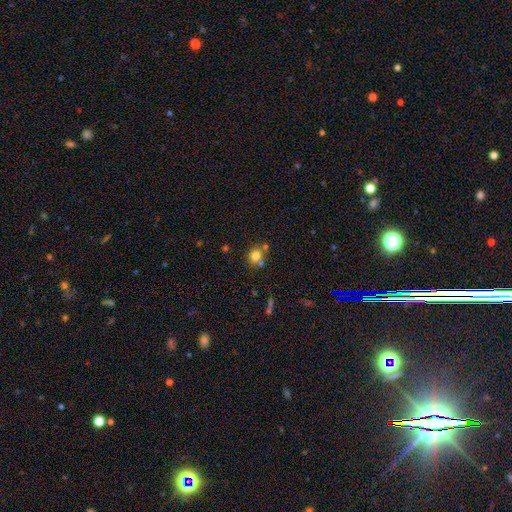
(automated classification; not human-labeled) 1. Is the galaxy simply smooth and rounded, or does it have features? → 77% smooth, 13% star or artifact, 10% featured or disk.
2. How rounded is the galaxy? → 76% round, 23% in between, 1% cigar-shaped.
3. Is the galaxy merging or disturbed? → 63% none, 23% merger, 11% minor disturbance, 4% major disturbance.